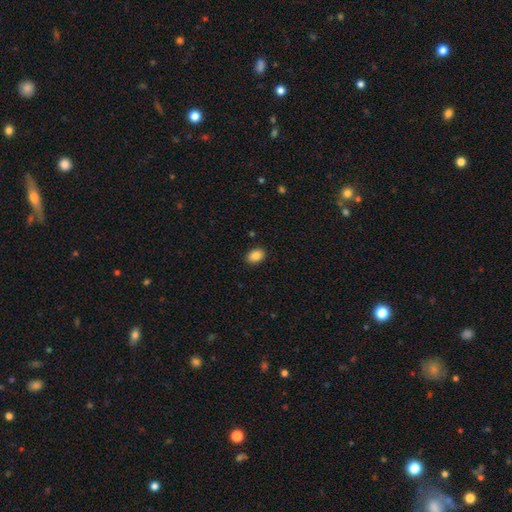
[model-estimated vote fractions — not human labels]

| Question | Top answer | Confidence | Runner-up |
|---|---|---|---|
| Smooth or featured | smooth | 87% | star or artifact (8%) |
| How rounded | in between | 81% | round (18%) |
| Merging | none | 89% | minor disturbance (8%) |